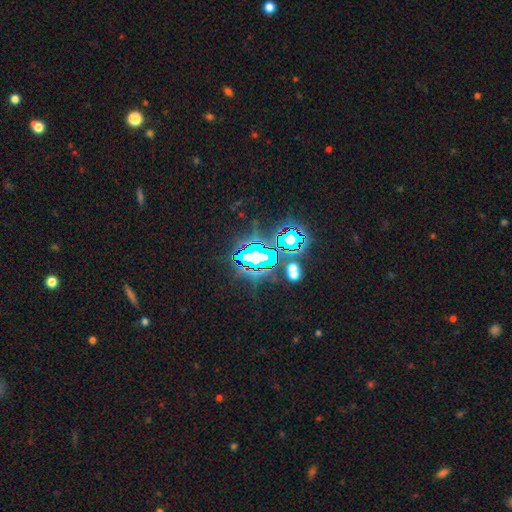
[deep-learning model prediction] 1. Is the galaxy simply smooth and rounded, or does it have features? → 74% star or artifact, 13% featured or disk, 13% smooth.